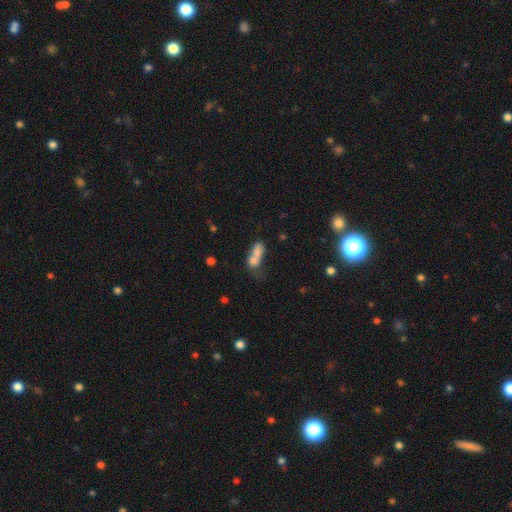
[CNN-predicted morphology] smooth 70%, featured or disk 19%, star or artifact 11%. Down the decision tree: how rounded — in between (71%); merging — merger (65%).